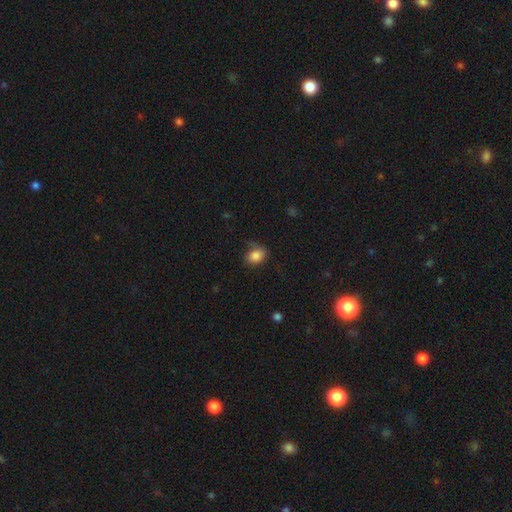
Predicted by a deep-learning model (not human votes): This is clearly a smooth galaxy (82%). How rounded: likely in between (67%). Merging: possibly none (60%).